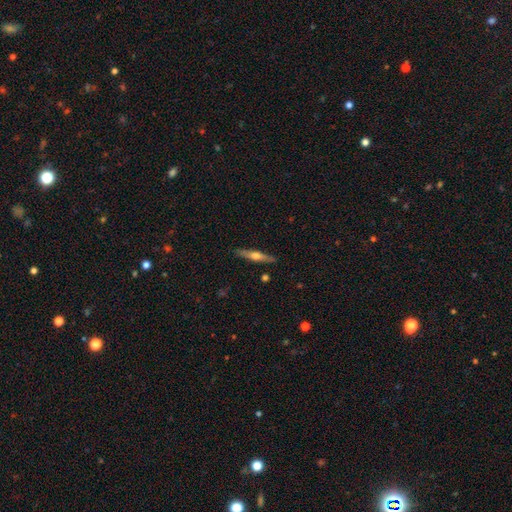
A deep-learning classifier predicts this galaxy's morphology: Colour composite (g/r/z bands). It shows a featured or disk galaxy (57%) viewed edge-on (95%) with a rounded central bulge (89%). Merging: none (89%).